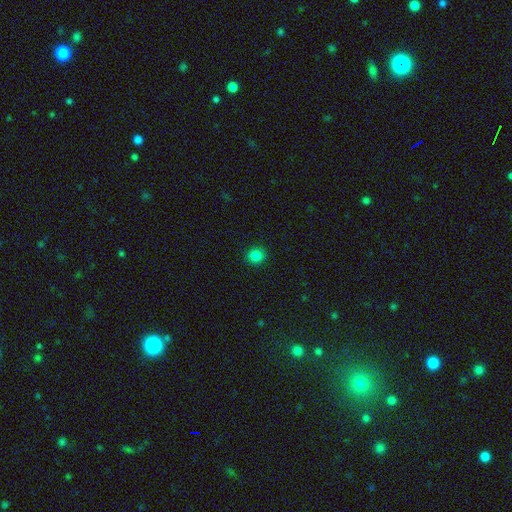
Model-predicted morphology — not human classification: Smooth or featured? Predicted: smooth (p=0.83). How rounded? Predicted: round (p=0.89). Merging? Predicted: none (p=0.92).